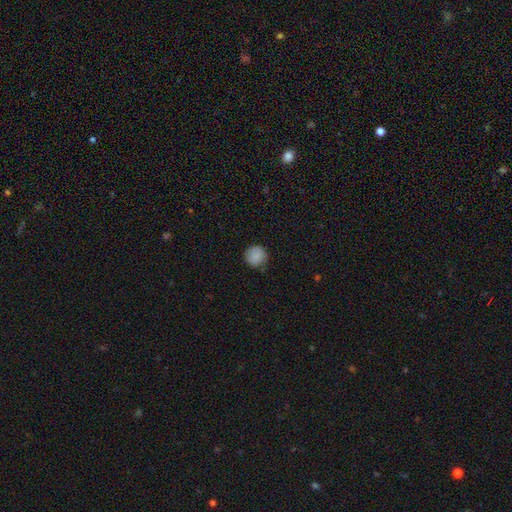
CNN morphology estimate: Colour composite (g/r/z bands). It shows a smooth galaxy with no disk features (86%) that is round (93%). Merging: none (82%).